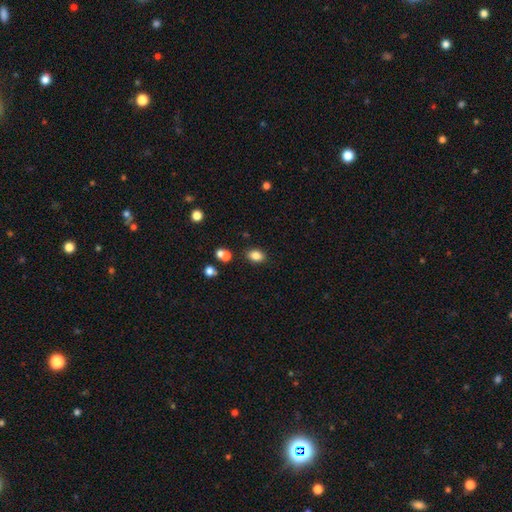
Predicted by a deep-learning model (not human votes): The model was most divided on "how rounded": in between: 78%, round: 21%, cigar-shaped: 1%. More confident: smooth or featured — smooth (82%); merging — none (82%).